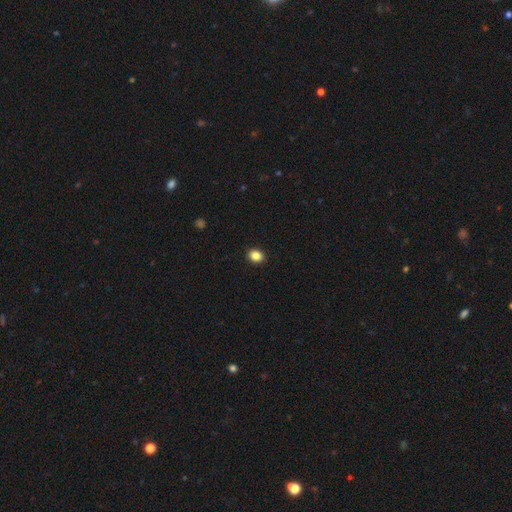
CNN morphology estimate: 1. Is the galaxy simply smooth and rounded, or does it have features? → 86% smooth, 10% star or artifact, 4% featured or disk.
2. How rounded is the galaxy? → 53% round, 46% in between, 1% cigar-shaped.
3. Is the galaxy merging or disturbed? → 92% none, 6% minor disturbance, 2% major disturbance, 1% merger.